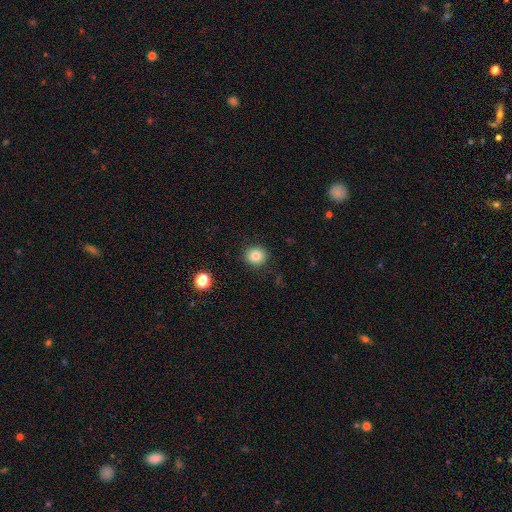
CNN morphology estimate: A smooth galaxy with no disk features (81%) that is round (89%). Merging: none (90%).